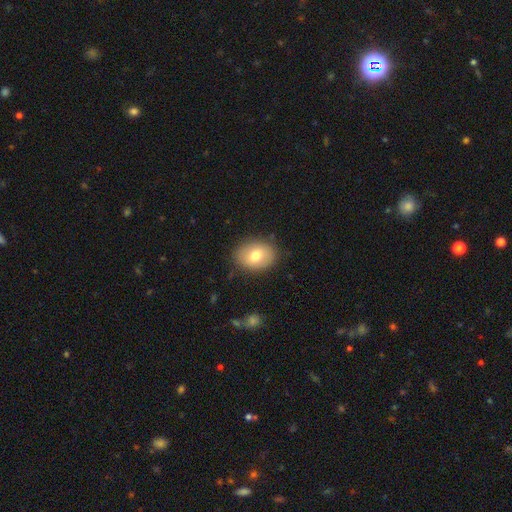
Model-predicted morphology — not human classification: Smooth or featured? smooth (72%)
How rounded? in between (66%)
Merging? none (83%)